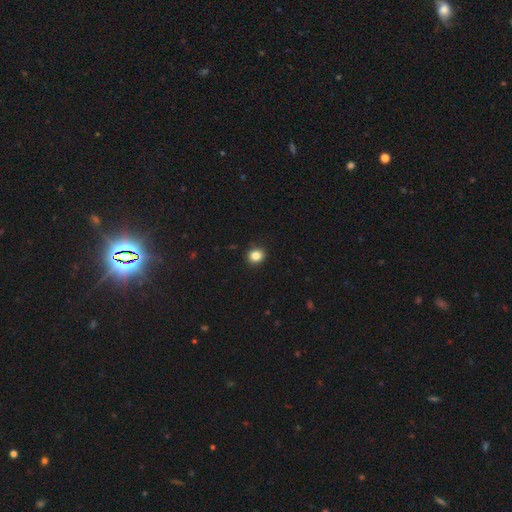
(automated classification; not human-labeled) Smooth or featured? Predicted: smooth (p=0.84). How rounded? Predicted: round (p=0.79). Merging? Predicted: none (p=0.91).